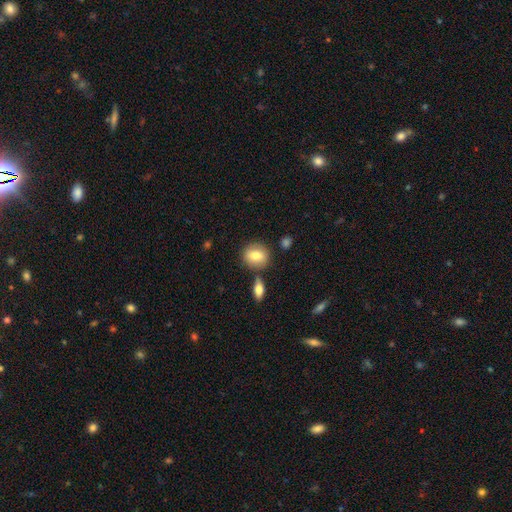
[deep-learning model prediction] Smooth or featured: smooth — 76% (featured or disk — 16%)
How rounded: round — 70% (in between — 28%)
Merging: none — 75% (minor disturbance — 11%)